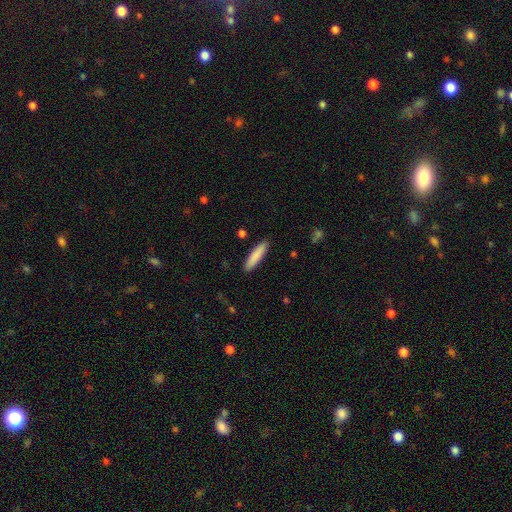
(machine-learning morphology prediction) A smooth galaxy with no disk features (86%) that is cigar-shaped (81%). Merging: none (90%).